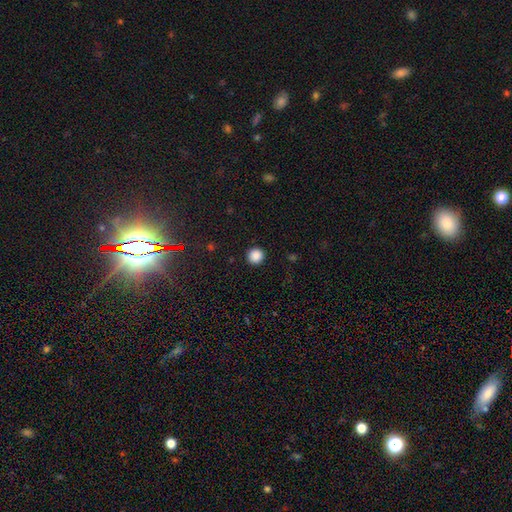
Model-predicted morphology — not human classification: This is clearly a smooth galaxy (87%). How rounded: clearly round (96%). Merging: clearly none (93%).